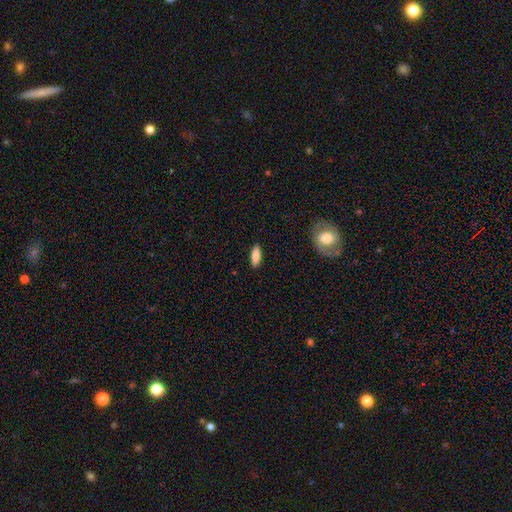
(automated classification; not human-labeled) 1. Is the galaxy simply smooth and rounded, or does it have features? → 83% smooth, 11% featured or disk, 6% star or artifact.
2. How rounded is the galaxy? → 69% in between, 29% cigar-shaped, 2% round.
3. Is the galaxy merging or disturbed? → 88% none, 9% minor disturbance, 2% major disturbance, 1% merger.